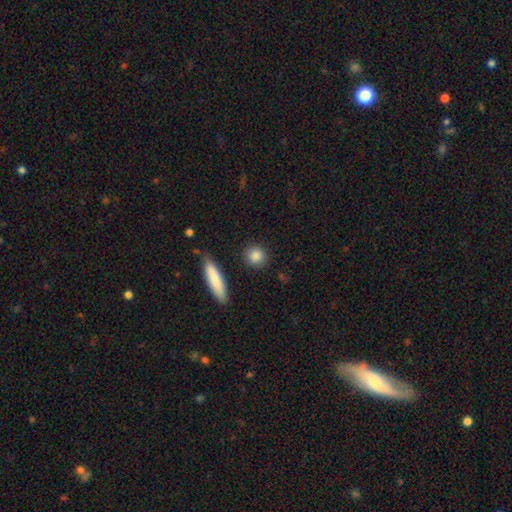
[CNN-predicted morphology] smooth_or_featured: smooth (p=0.87) [alt: star or artifact p=0.07]
how_rounded: round (p=0.76) [alt: in between p=0.18]
merging: none (p=0.87) [alt: minor disturbance p=0.08]